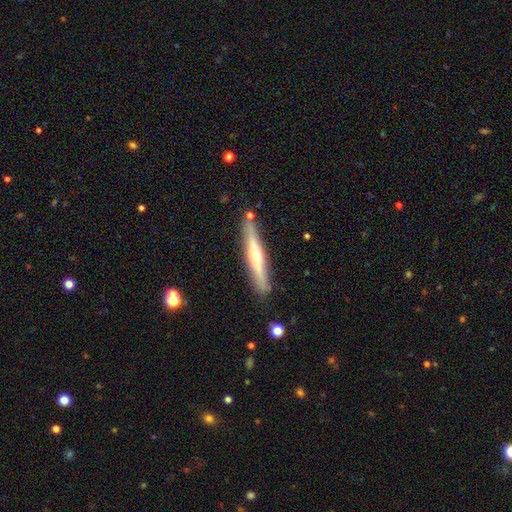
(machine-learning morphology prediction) The model was most divided on "smooth or featured": featured or disk: 59%, smooth: 35%, star or artifact: 6%. More confident: edge-on disk — yes (92%); merging — none (85%); edge-on bulge — rounded (79%).